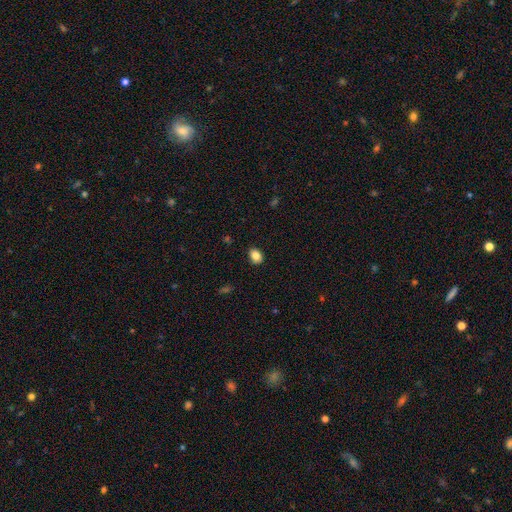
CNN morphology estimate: Smooth or featured? smooth (84%)
How rounded? in between (64%)
Merging? none (86%)